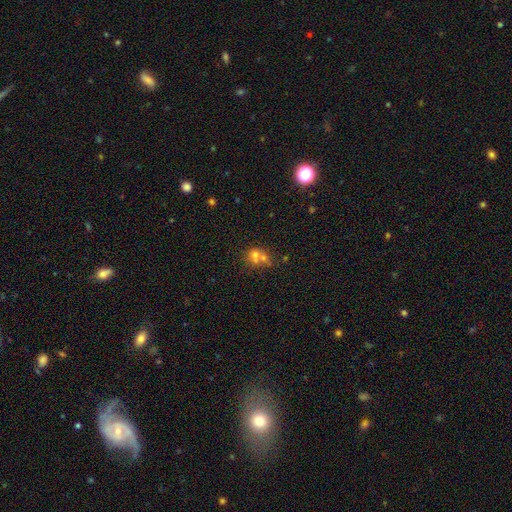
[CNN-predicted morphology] Smooth or featured? smooth (59%)
How rounded? round (71%)
Merging? merger (52%)